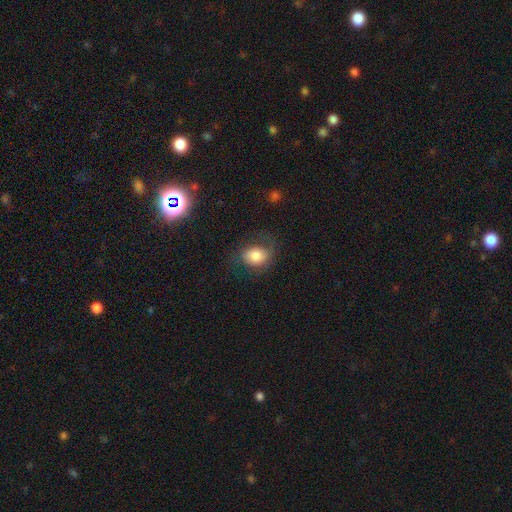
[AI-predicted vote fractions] Q: Smooth or featured?
A: smooth (74%); runner-up: featured or disk (17%)
Q: How rounded?
A: in between (58%); runner-up: round (41%)
Q: Merging?
A: none (59%); runner-up: minor disturbance (22%)